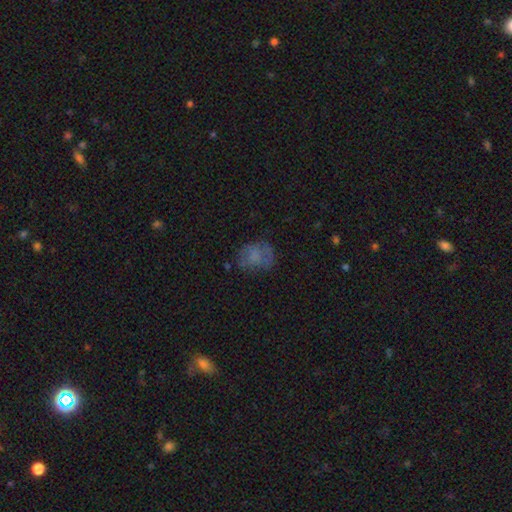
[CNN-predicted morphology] Smooth or featured?
  - smooth: 58% *
  - featured or disk: 28%
  - star or artifact: 14%
How rounded?
  - round: 57% *
  - in between: 42%
  - cigar-shaped: 1%
Merging?
  - none: 58% *
  - minor disturbance: 24%
  - major disturbance: 16%
  - merger: 2%